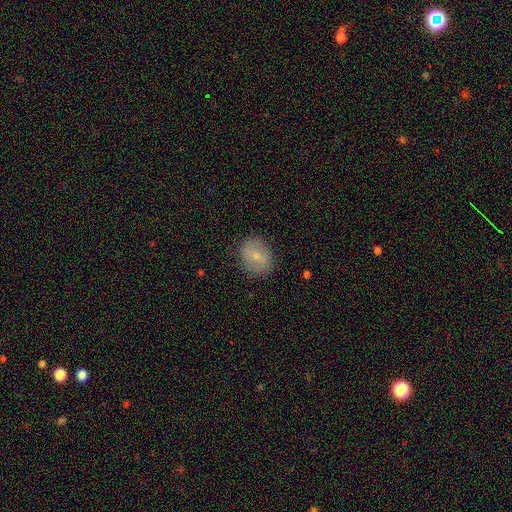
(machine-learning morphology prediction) A smooth galaxy with no disk features (64%) that is round (52%). Merging: none (85%).